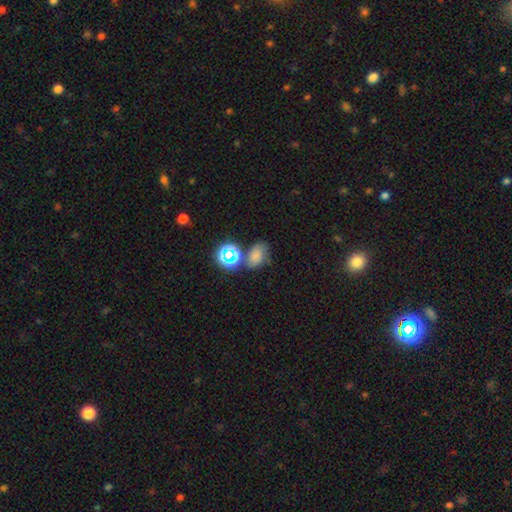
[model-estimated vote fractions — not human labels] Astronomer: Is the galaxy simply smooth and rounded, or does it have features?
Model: smooth — 59%.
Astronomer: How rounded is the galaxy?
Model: in between — 69%.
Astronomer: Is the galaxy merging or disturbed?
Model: none — 50%.